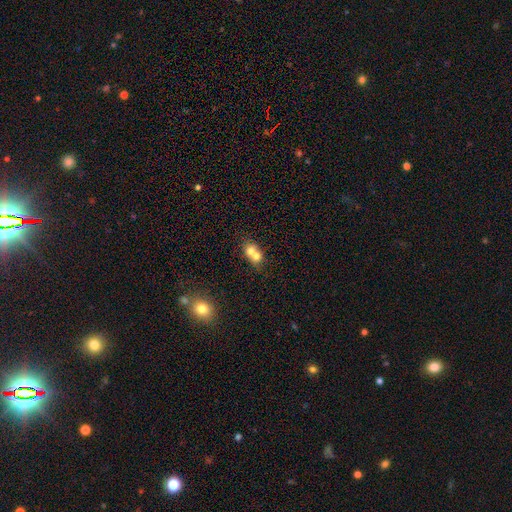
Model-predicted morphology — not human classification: Smooth or featured? smooth (69%)
How rounded? round (66%)
Merging? merger (68%)